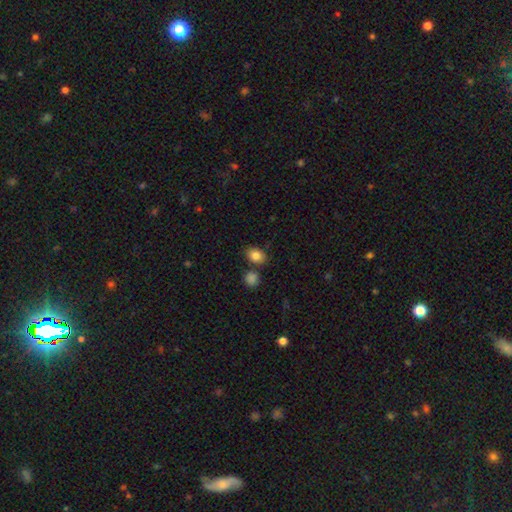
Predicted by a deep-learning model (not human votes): smooth 84%, star or artifact 9%, featured or disk 7%. Down the decision tree: how rounded — in between (68%); merging — none (74%).